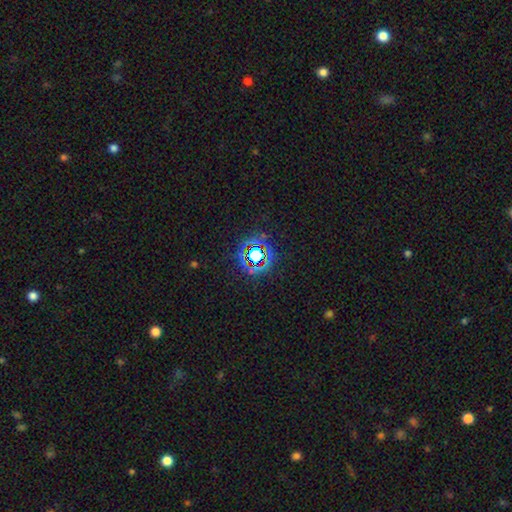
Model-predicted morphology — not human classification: A star or artifact, not a galaxy (70%).

Vote fractions:
- Smooth or featured? star or artifact: 70% / smooth: 19% / featured or disk: 11%